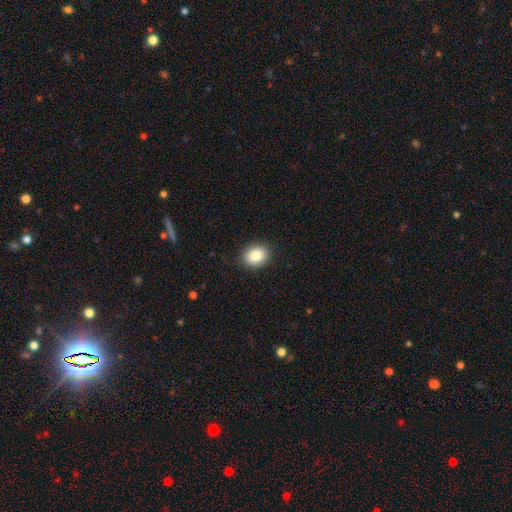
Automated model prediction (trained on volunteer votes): Q: Smooth or featured?
A: smooth (85%); runner-up: star or artifact (9%)
Q: How rounded?
A: round (51%); runner-up: in between (48%)
Q: Merging?
A: none (90%); runner-up: minor disturbance (7%)